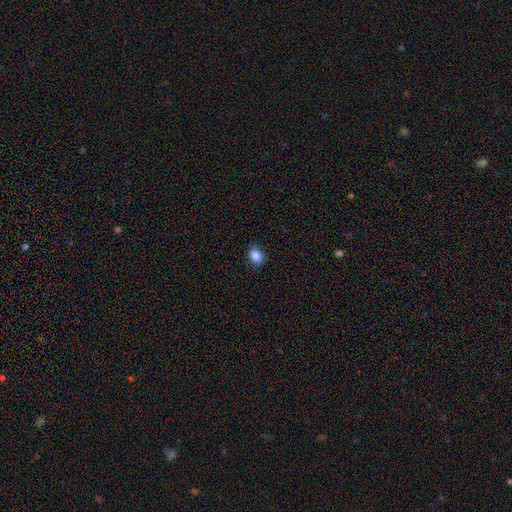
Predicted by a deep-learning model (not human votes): smooth_or_featured: smooth (p=0.87) [alt: star or artifact p=0.09]
how_rounded: in between (p=0.72) [alt: round p=0.27]
merging: none (p=0.81) [alt: minor disturbance p=0.15]